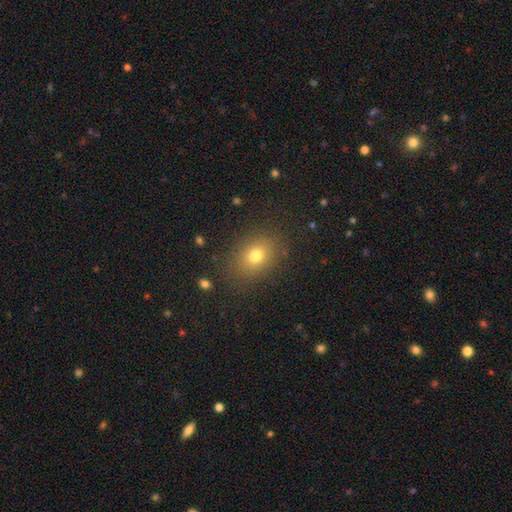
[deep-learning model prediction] Smooth or featured? smooth (75%)
How rounded? in between (64%)
Merging? none (85%)